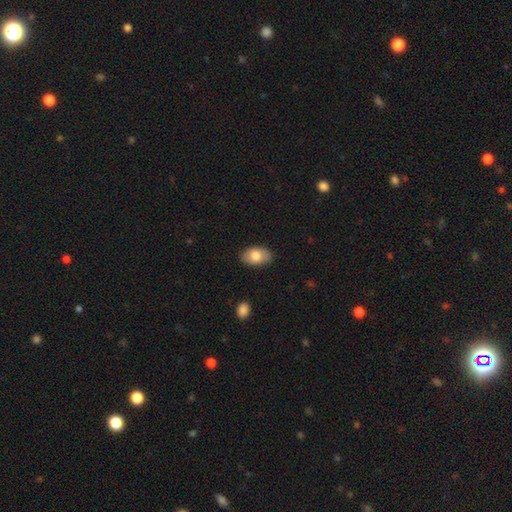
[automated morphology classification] The model was most divided on "smooth or featured": smooth: 75%, featured or disk: 19%, star or artifact: 6%. More confident: how rounded — in between (92%); merging — none (80%).